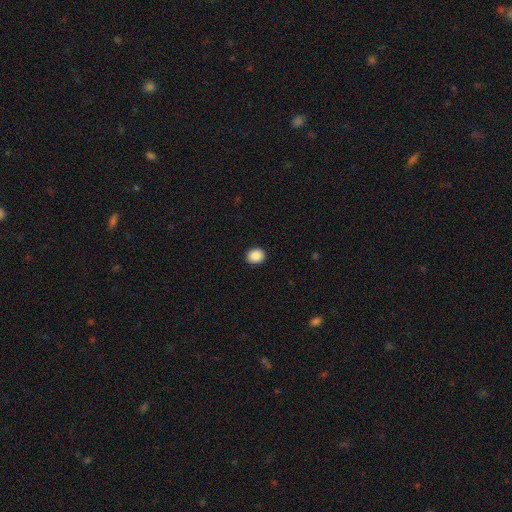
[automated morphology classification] Q: Smooth or featured?
A: smooth (88%); runner-up: star or artifact (9%)
Q: How rounded?
A: round (65%); runner-up: in between (34%)
Q: Merging?
A: none (92%); runner-up: minor disturbance (5%)